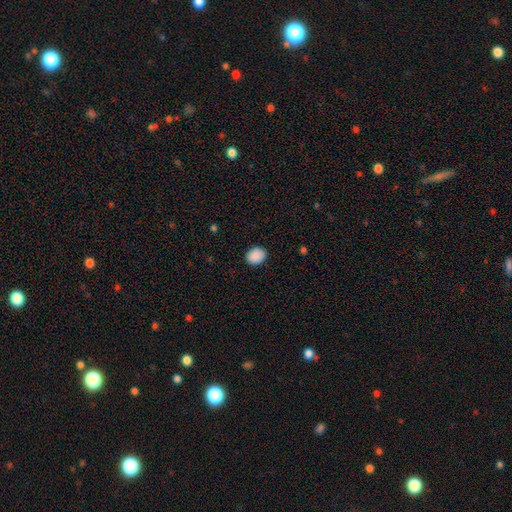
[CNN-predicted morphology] Smooth or featured: smooth — 90% (star or artifact — 7%)
How rounded: round — 50% (in between — 49%)
Merging: none — 89% (minor disturbance — 8%)